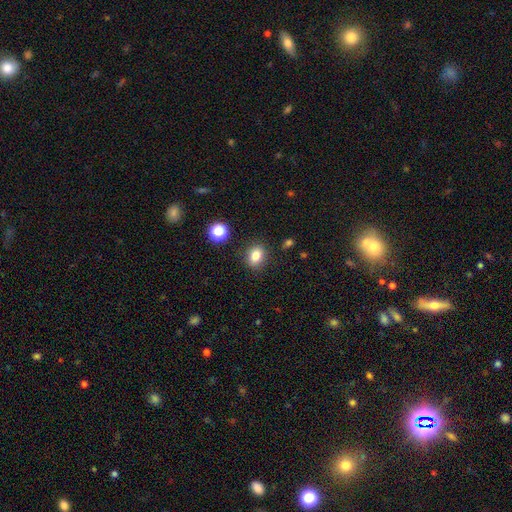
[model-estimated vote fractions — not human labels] A smooth galaxy with no disk features (81%) that is in between round and cigar-shaped (55%). Merging: none (86%).